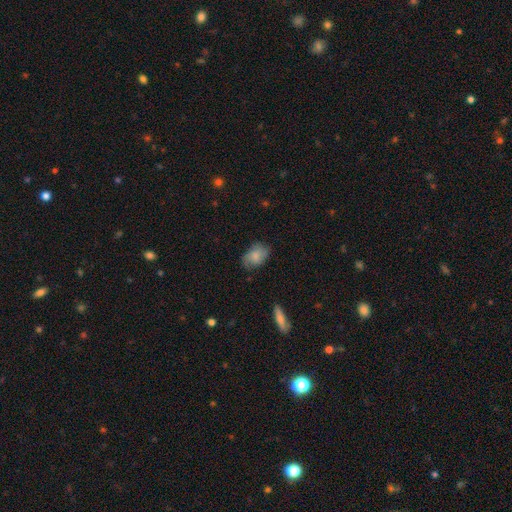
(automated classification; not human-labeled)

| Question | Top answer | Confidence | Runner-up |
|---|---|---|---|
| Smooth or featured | smooth | 75% | featured or disk (18%) |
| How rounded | in between | 83% | round (16%) |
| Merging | none | 70% | minor disturbance (22%) |